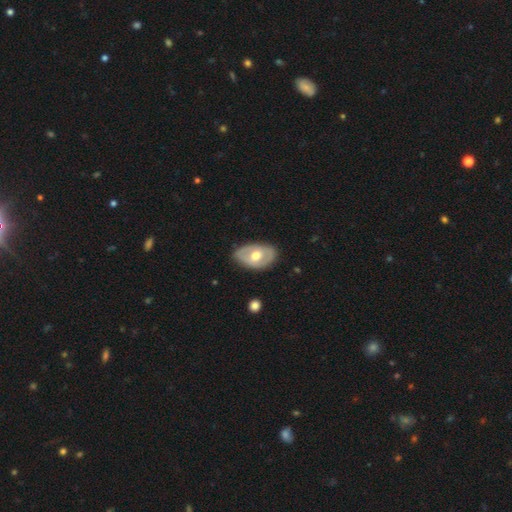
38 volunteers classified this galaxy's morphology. Smooth or featured?
  - smooth: 50% * (tied)
  - featured or disk: 50% * (tied)
  - star or artifact: 0%
How rounded?
  - in between: 84% *
  - round: 16%
  - cigar-shaped: 0%
Merging?
  - none: 63% *
  - minor disturbance: 34%
  - major disturbance: 3%
  - merger: 0%